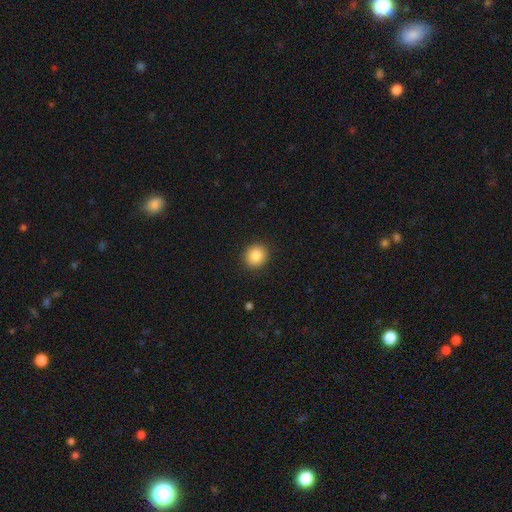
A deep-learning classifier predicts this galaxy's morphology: Overall: smooth (86%). How rounded: round (84%). Merging: none (90%).